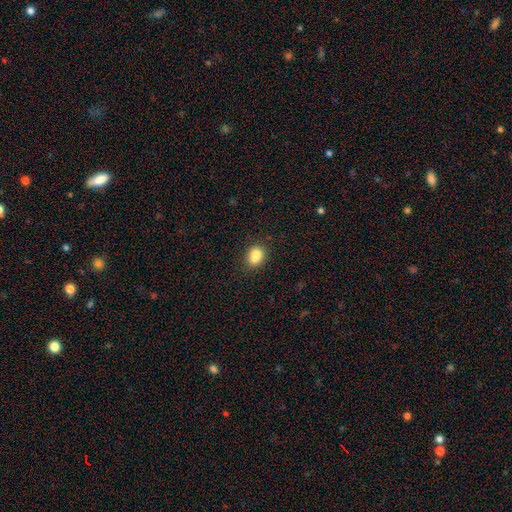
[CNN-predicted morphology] smooth_or_featured: smooth (p=0.79) [alt: featured or disk p=0.11]
how_rounded: round (p=0.55) [alt: in between p=0.44]
merging: none (p=0.50) [alt: merger p=0.32]